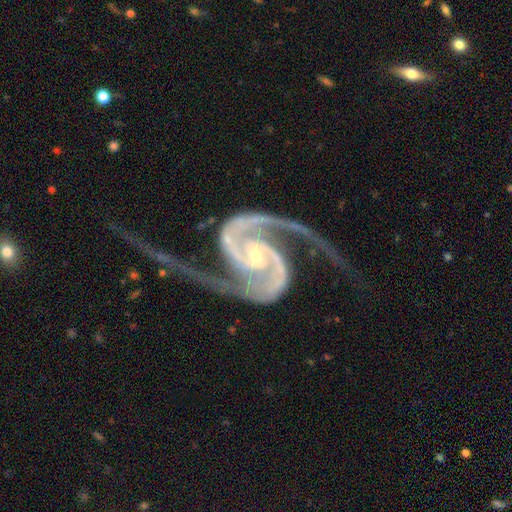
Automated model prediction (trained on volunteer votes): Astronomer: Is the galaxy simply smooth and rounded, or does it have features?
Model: featured or disk — 95%.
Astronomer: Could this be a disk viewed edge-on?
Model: no — 98%.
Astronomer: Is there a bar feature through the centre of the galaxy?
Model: no — 38%, tied with weak at 38%.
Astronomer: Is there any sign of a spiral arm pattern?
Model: yes — 99%.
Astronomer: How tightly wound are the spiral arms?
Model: medium — 54%.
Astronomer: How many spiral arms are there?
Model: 2 — 93%.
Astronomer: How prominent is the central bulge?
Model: small — 71%.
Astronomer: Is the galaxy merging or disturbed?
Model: none — 55%.